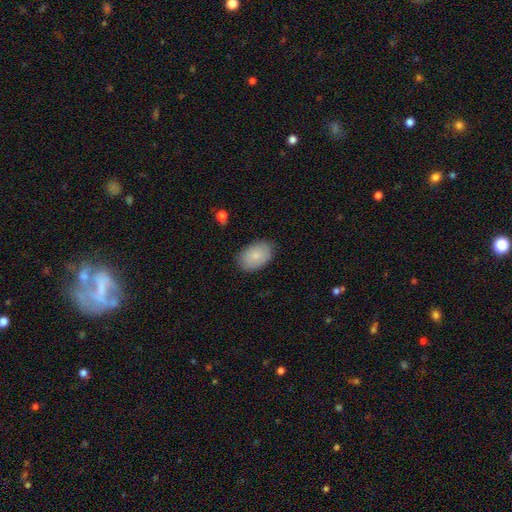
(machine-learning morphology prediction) This appears to be a smooth galaxy with no disk features (84%) that is in between round and cigar-shaped (89%). Merging: none (85%).